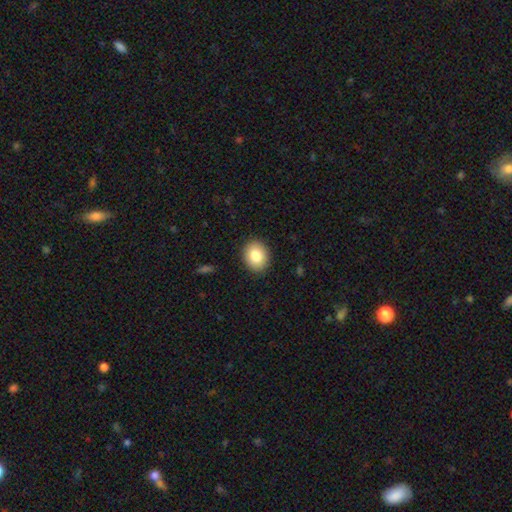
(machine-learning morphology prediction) smooth-or-featured: smooth: 83% | featured or disk: 9% | star or artifact: 8%
  how-rounded: round: 60% | in between: 39% | cigar-shaped: 1%
  merging: none: 90% | minor disturbance: 7% | major disturbance: 2% | merger: 1%